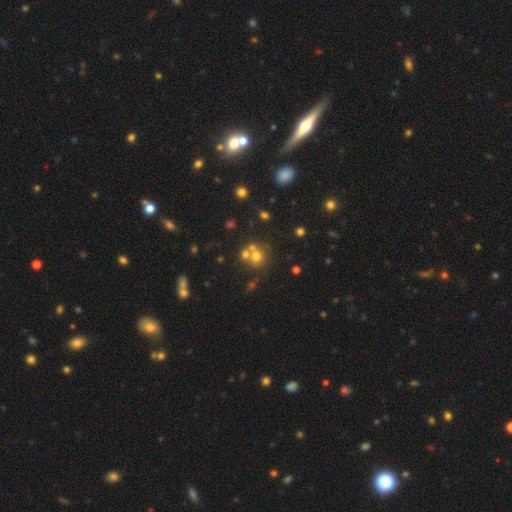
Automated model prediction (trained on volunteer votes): smooth_or_featured: smooth (p=0.61) [alt: star or artifact p=0.22]
how_rounded: round (p=0.83) [alt: in between p=0.16]
merging: none (p=0.49) [alt: merger p=0.37]